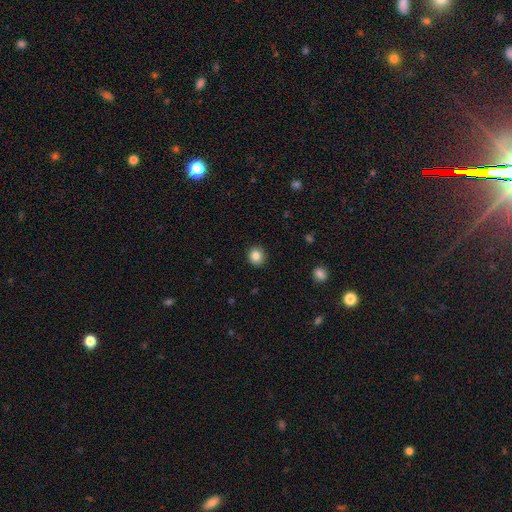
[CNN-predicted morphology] smooth 85%, star or artifact 10%, featured or disk 5%. Down the decision tree: how rounded — round (89%); merging — none (91%).